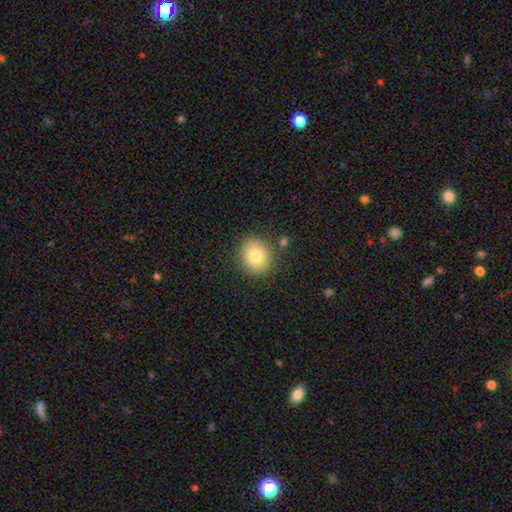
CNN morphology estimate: Smooth or featured: smooth — 80% (featured or disk — 10%)
How rounded: round — 74% (in between — 25%)
Merging: none — 84% (minor disturbance — 10%)